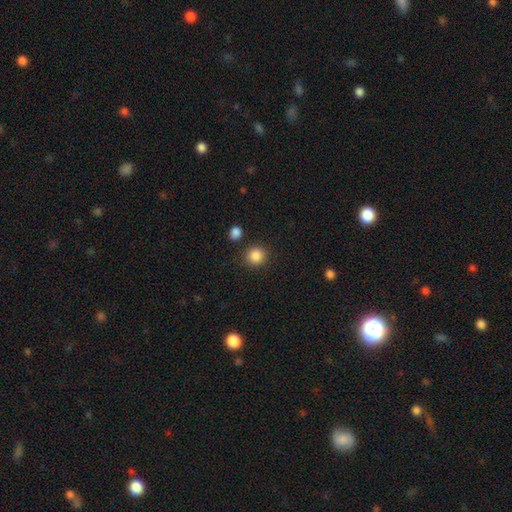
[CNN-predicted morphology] This is clearly a smooth galaxy (87%). How rounded: clearly round (90%). Merging: clearly none (86%).